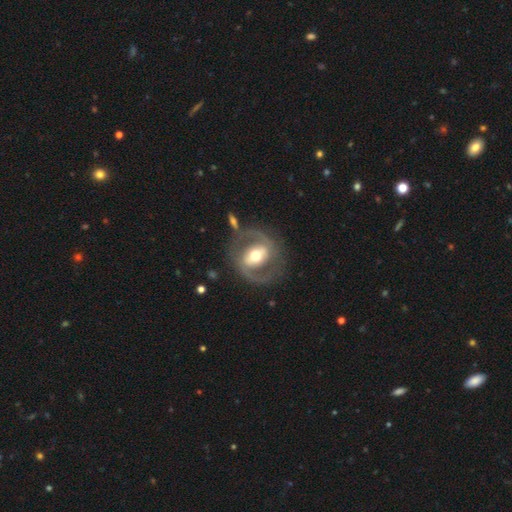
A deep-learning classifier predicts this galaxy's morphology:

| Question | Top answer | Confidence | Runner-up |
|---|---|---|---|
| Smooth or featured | featured or disk | 79% | smooth (16%) |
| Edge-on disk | no | 96% | yes (4%) |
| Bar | strong | 44% | weak (33%) |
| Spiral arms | yes | 77% | no (23%) |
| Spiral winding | medium | 50% | tight (27%) |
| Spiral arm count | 2 | 86% | can't tell (6%) |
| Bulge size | moderate | 67% | large (19%) |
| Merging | none | 74% | minor disturbance (13%) |